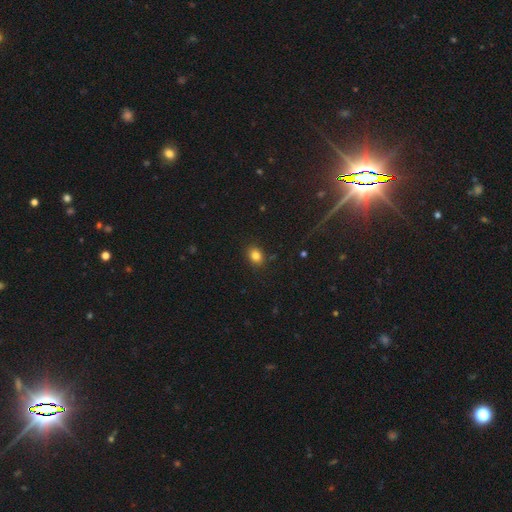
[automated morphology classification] smooth 82%, star or artifact 12%, featured or disk 6%. Down the decision tree: how rounded — in between (52%); merging — none (86%).